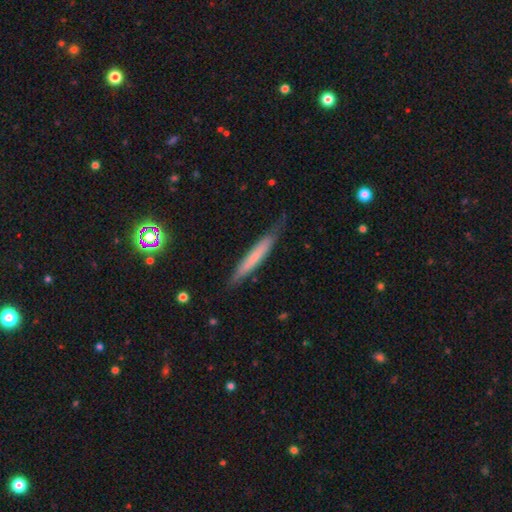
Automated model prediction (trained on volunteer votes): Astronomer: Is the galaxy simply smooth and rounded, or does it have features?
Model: smooth — 60%.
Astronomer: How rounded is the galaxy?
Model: cigar-shaped — 94%.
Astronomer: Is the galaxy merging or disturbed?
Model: none — 73%.